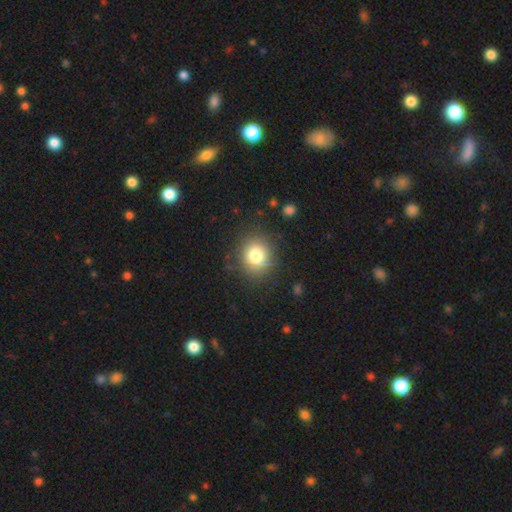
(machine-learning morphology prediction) This is likely a smooth galaxy (79%). How rounded: clearly round (82%). Merging: clearly none (84%).